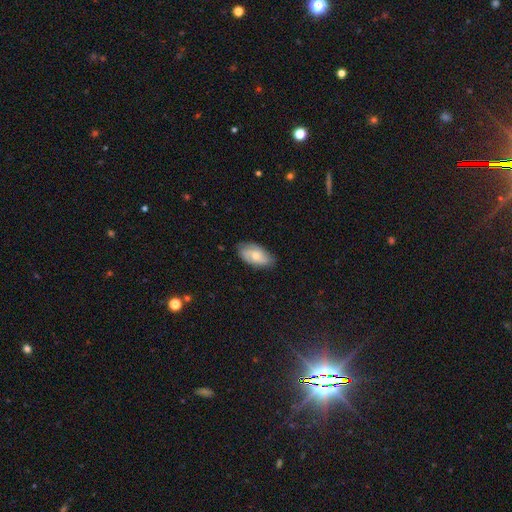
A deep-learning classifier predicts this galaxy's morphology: type=smooth (51%); roundness=in between (92%); merging=none (78%).